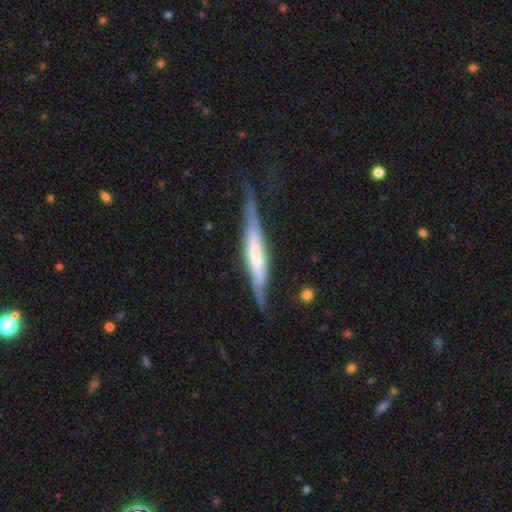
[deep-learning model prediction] Q: Smooth or featured?
A: featured or disk (64%); runner-up: smooth (30%)
Q: Edge-on disk?
A: yes (82%); runner-up: no (18%)
Q: Edge-on bulge?
A: boxy (41%); runner-up: none (34%)
Q: Merging?
A: none (51%); runner-up: minor disturbance (31%)